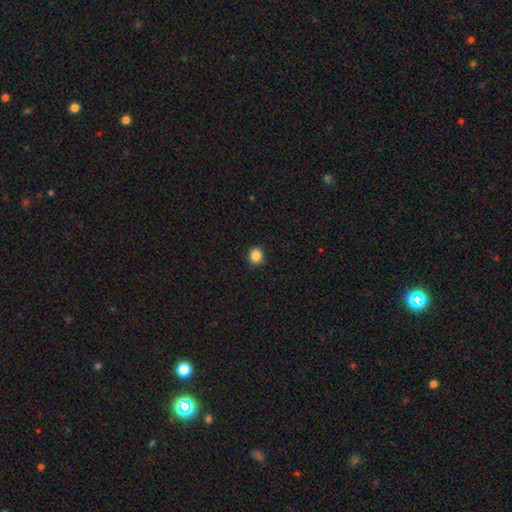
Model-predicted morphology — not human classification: The model was most divided on "how rounded": round: 80%, in between: 19%, cigar-shaped: 1%. More confident: merging — none (91%); smooth or featured — smooth (87%).